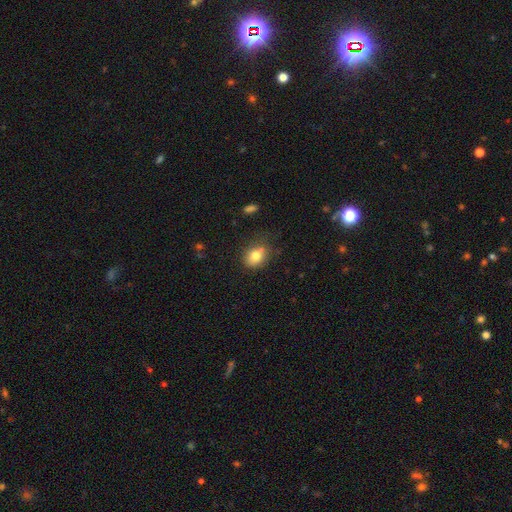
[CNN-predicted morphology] This is likely a smooth galaxy (78%). How rounded: possibly in between (53%). Merging: likely none (67%).